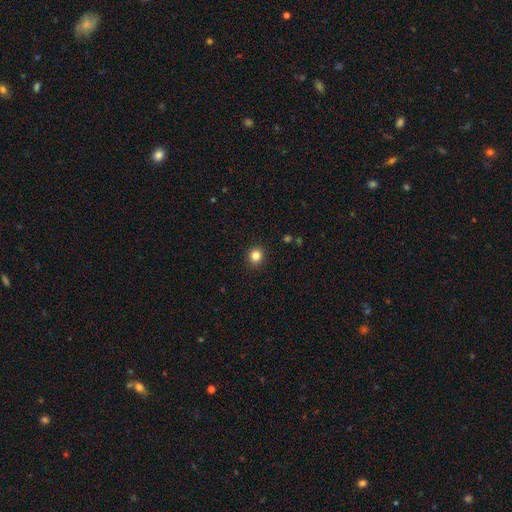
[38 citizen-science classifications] Smooth or featured? smooth (92%)
How rounded? round (89%)
Merging? none (94%)